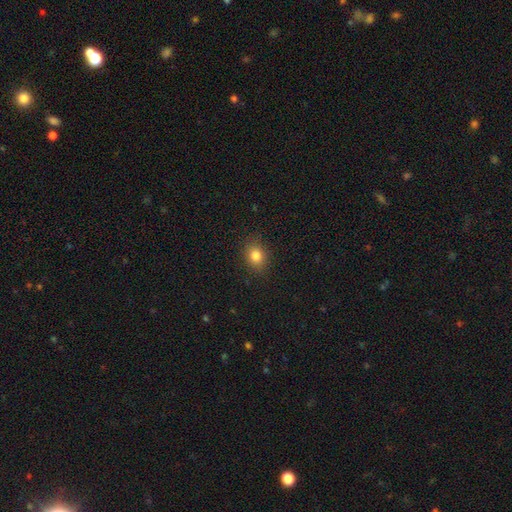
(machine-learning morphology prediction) Smooth or featured? Predicted: smooth (p=0.82). How rounded? Predicted: round (p=0.54). Merging? Predicted: none (p=0.88).